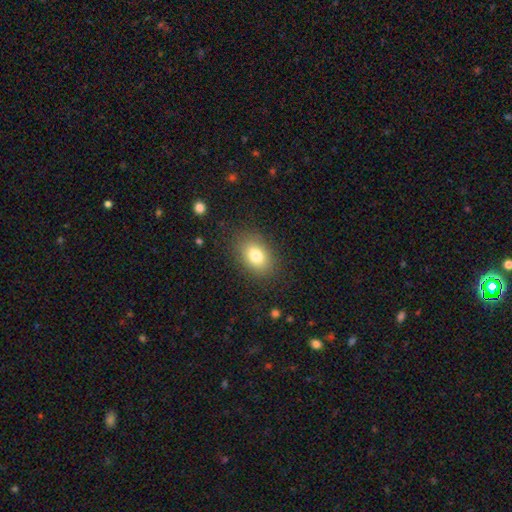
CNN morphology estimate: smooth-or-featured: smooth: 80% | featured or disk: 11% | star or artifact: 10%
  how-rounded: in between: 78% | round: 21% | cigar-shaped: 1%
  merging: none: 85% | minor disturbance: 10% | major disturbance: 4% | merger: 1%